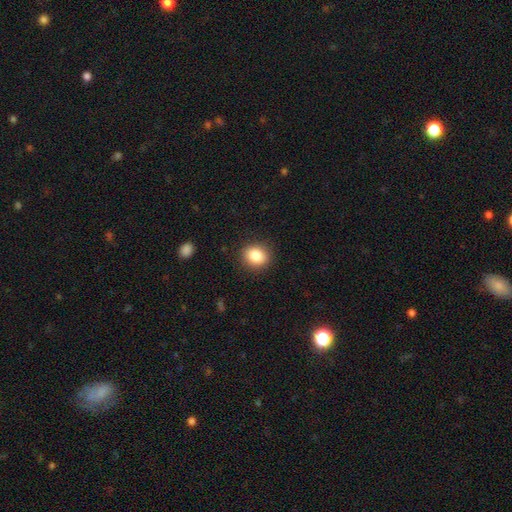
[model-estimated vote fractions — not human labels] Q: Smooth or featured?
A: smooth (85%); runner-up: star or artifact (9%)
Q: How rounded?
A: round (66%); runner-up: in between (33%)
Q: Merging?
A: none (89%); runner-up: minor disturbance (8%)